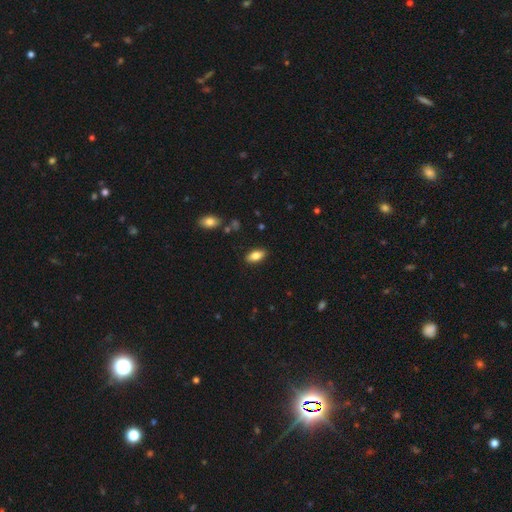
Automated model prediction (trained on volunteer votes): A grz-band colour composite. It shows a smooth galaxy with no disk features (82%) that is in between round and cigar-shaped (90%). Merging: none (88%).